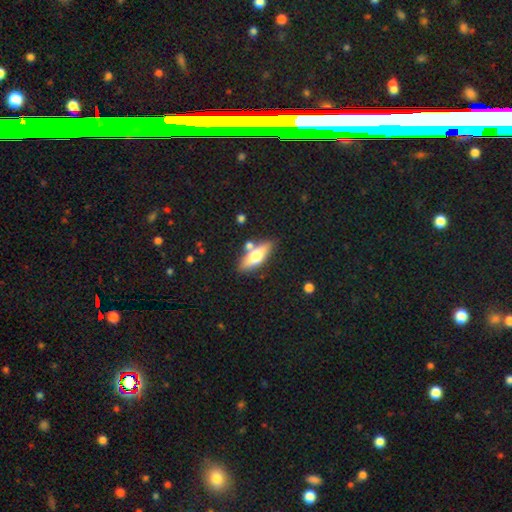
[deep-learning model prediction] smooth_or_featured: smooth (p=0.58) [alt: featured or disk p=0.36]
how_rounded: in between (p=0.60) [alt: cigar-shaped p=0.36]
merging: none (p=0.75) [alt: minor disturbance p=0.12]